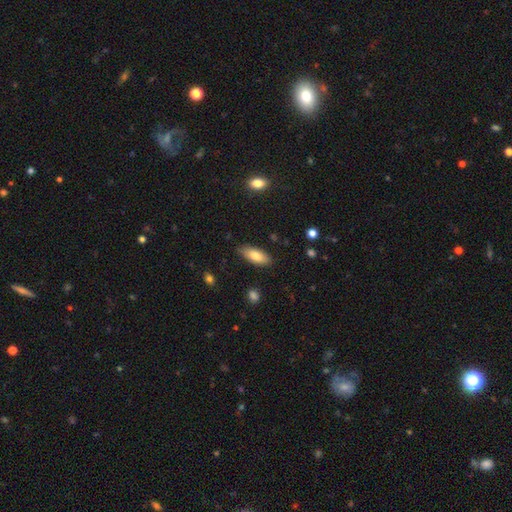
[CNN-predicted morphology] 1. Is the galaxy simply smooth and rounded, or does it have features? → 80% smooth, 13% featured or disk, 6% star or artifact.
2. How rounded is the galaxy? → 79% in between, 19% cigar-shaped, 2% round.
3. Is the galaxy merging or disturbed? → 84% none, 12% minor disturbance, 2% major disturbance, 1% merger.